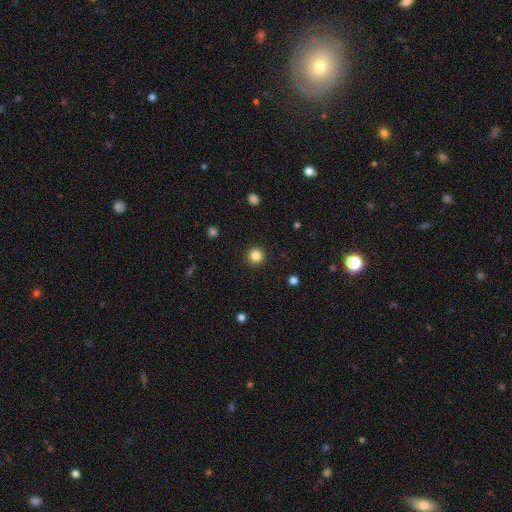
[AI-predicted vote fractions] Morphology: type=smooth (84%); roundness=round (96%); merging=none (93%).